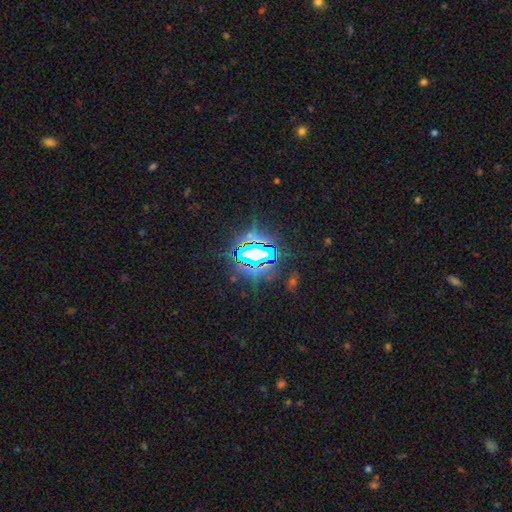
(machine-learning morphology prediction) This is likely a star or artifact rather than a galaxy (79%).